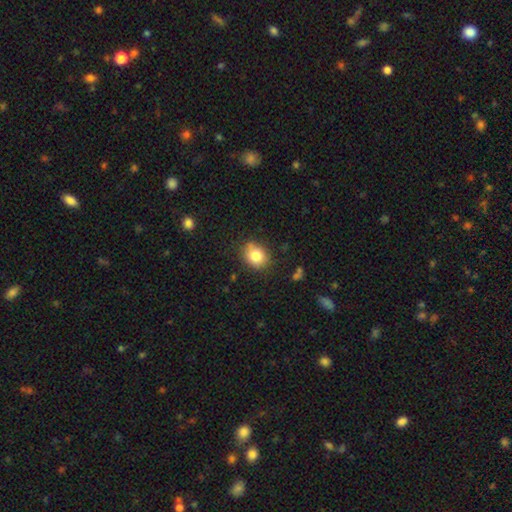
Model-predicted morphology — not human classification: Smooth or featured: smooth — 81% (star or artifact — 10%)
How rounded: round — 61% (in between — 38%)
Merging: none — 78% (minor disturbance — 15%)